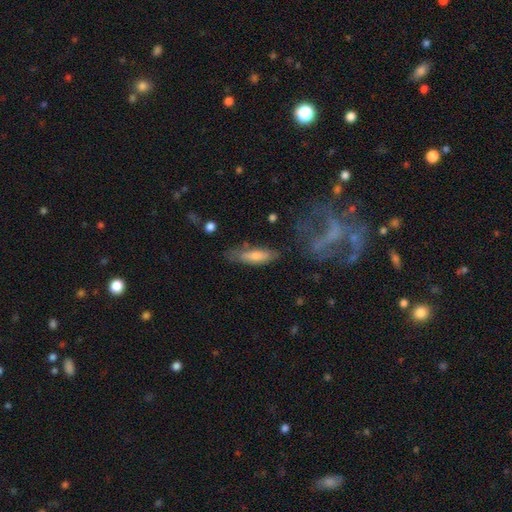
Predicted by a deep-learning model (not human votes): Smooth or featured? smooth (57%)
How rounded? cigar-shaped (65%)
Merging? none (73%)